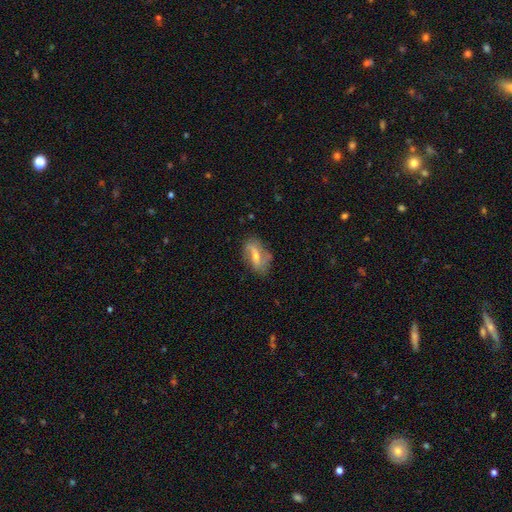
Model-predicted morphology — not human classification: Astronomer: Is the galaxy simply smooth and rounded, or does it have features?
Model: featured or disk — 60%.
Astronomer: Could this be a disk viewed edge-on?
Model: no — 91%.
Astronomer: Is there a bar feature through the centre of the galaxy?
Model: weak — 38% (runner-up: strong, 31%).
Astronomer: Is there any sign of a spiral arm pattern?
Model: yes — 74%.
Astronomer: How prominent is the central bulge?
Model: moderate — 51% (runner-up: small, 42%).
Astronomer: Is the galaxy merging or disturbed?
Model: none — 64%.